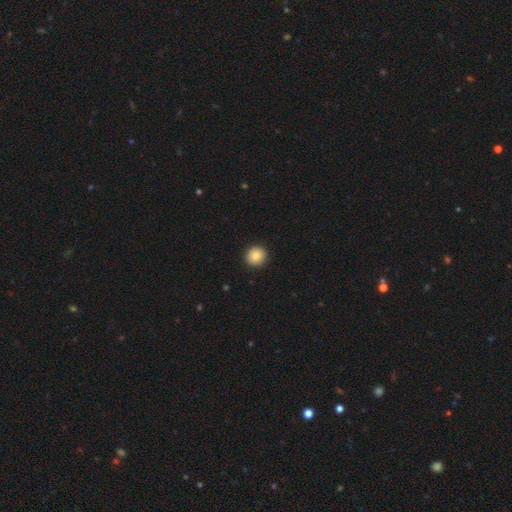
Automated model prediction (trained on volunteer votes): smooth 86%, star or artifact 9%, featured or disk 5%. Down the decision tree: how rounded — round (92%); merging — none (92%).